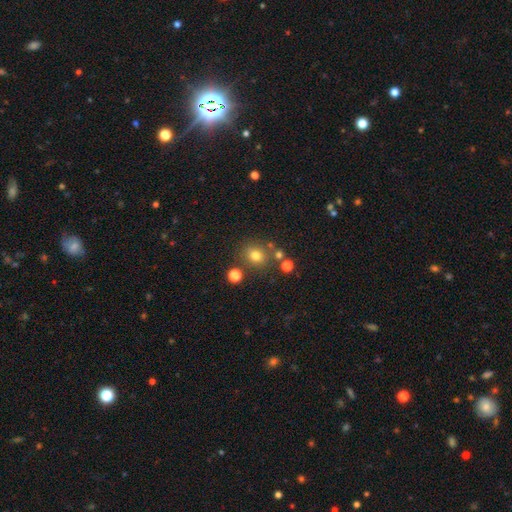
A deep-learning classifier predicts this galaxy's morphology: Smooth or featured: smooth — 74% (star or artifact — 17%)
How rounded: round — 75% (in between — 24%)
Merging: none — 74% (minor disturbance — 11%)